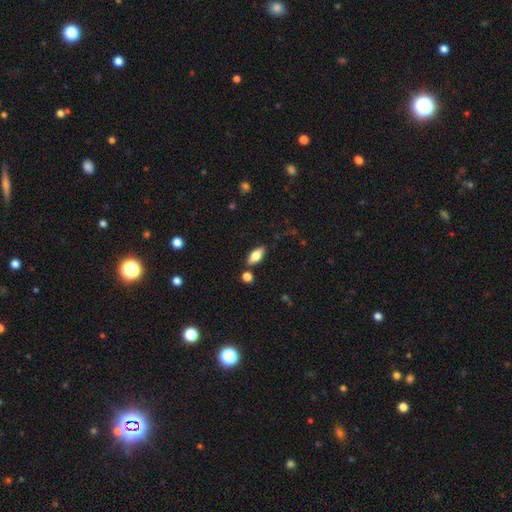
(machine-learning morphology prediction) Smooth or featured: smooth — 71% (featured or disk — 22%)
How rounded: in between — 83% (cigar-shaped — 14%)
Merging: none — 81% (minor disturbance — 11%)